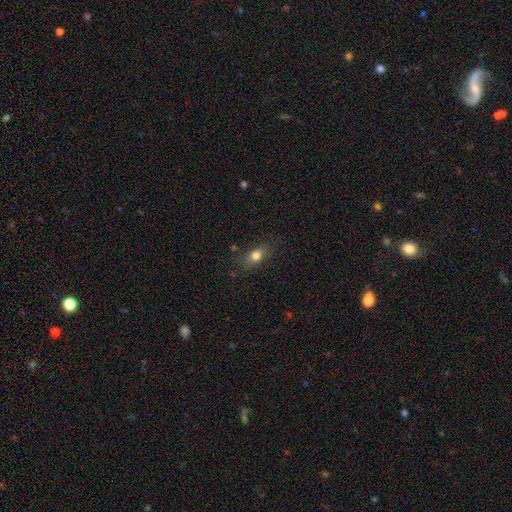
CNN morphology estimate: The model was most divided on "how rounded": in between: 71%, round: 20%, cigar-shaped: 9%. More confident: merging — none (79%); smooth or featured — smooth (76%).